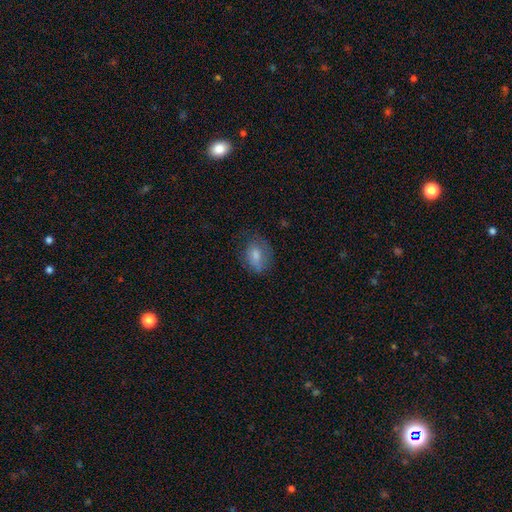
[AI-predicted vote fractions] smooth 72%, featured or disk 20%, star or artifact 9%. Down the decision tree: how rounded — in between (73%); merging — none (58%).